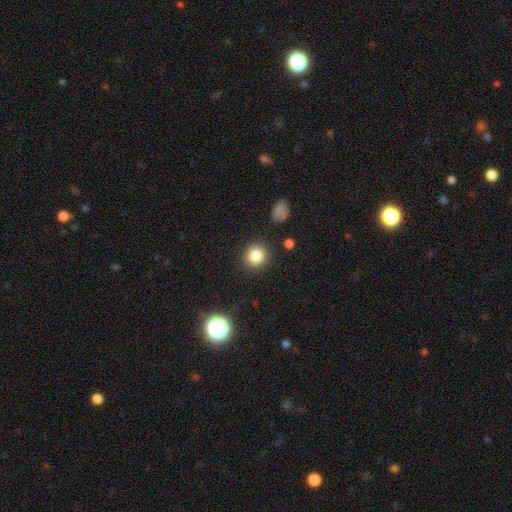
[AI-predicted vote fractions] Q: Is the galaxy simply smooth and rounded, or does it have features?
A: smooth — 84%.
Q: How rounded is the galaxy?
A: round — 88%.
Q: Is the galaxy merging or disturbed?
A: none — 88%.